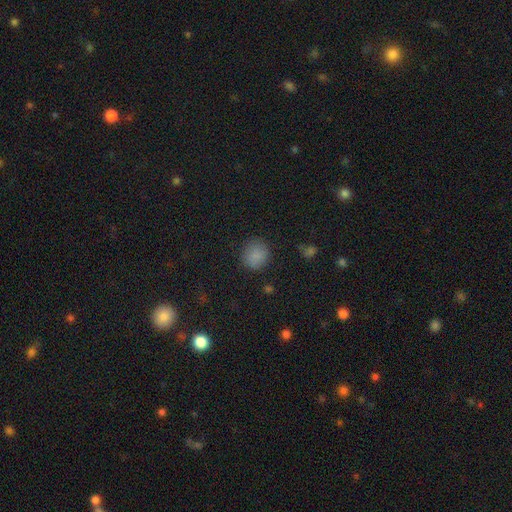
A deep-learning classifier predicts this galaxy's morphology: This is clearly a smooth galaxy (84%). How rounded: clearly round (88%). Merging: clearly none (85%).